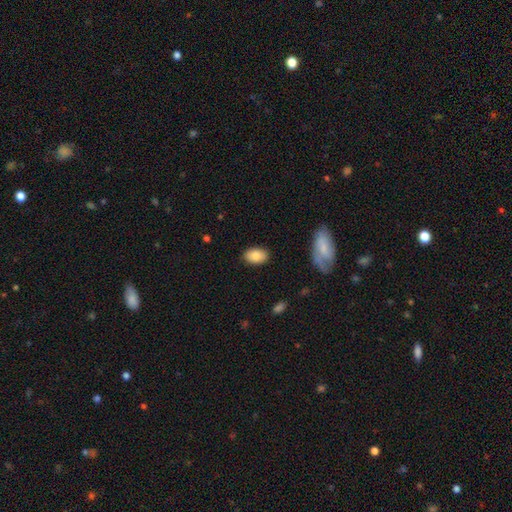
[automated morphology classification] The model was most divided on "merging": none: 86%, minor disturbance: 10%, major disturbance: 2%, merger: 1%. More confident: how rounded — in between (89%); smooth or featured — smooth (85%).